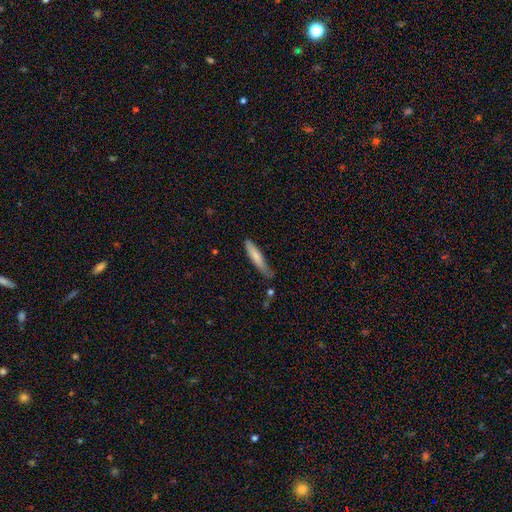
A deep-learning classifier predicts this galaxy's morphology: Smooth or featured? Predicted: smooth (p=0.76). How rounded? Predicted: cigar-shaped (p=0.86). Merging? Predicted: none (p=0.58).